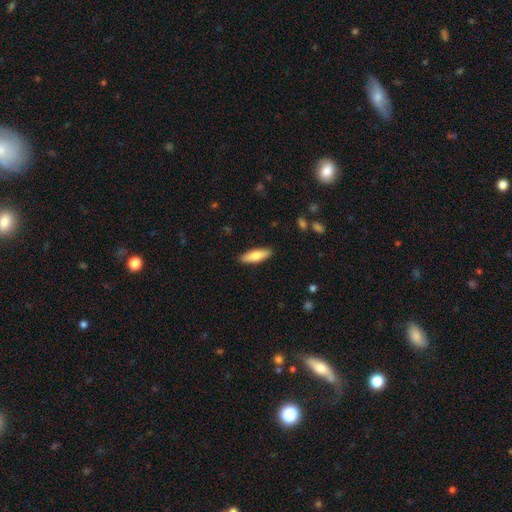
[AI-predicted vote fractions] Smooth or featured? Predicted: smooth (p=0.74). How rounded? Predicted: cigar-shaped (p=0.51). Merging? Predicted: none (p=0.89).